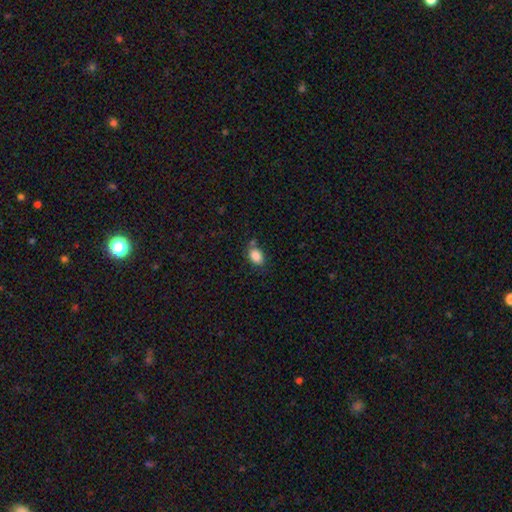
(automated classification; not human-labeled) smooth 87%, star or artifact 9%, featured or disk 5%. Down the decision tree: how rounded — in between (81%); merging — none (71%).